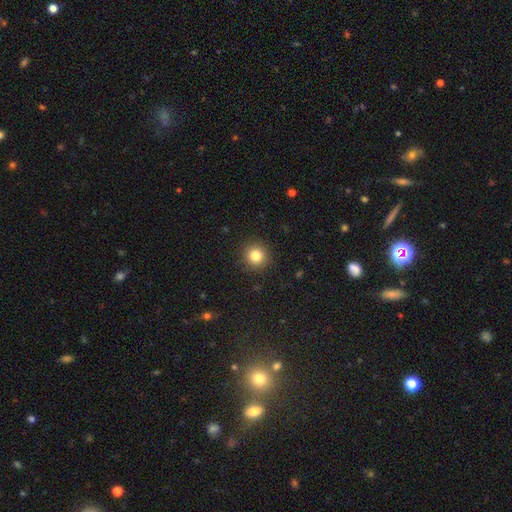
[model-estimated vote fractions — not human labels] smooth-or-featured: smooth: 82% | star or artifact: 12% | featured or disk: 6%
  how-rounded: round: 94% | in between: 5% | cigar-shaped: 1%
  merging: none: 91% | minor disturbance: 6% | major disturbance: 2% | merger: 1%